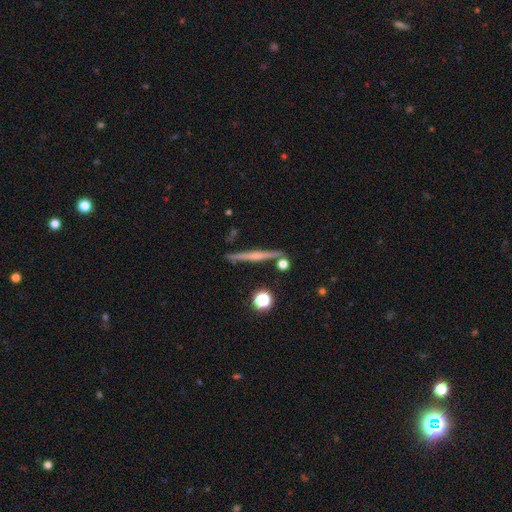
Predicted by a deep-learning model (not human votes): Overall: featured or disk (70%). Edge-on disk: yes (98%). Edge-on bulge: rounded (64%; none 25%). Merging: none (88%).